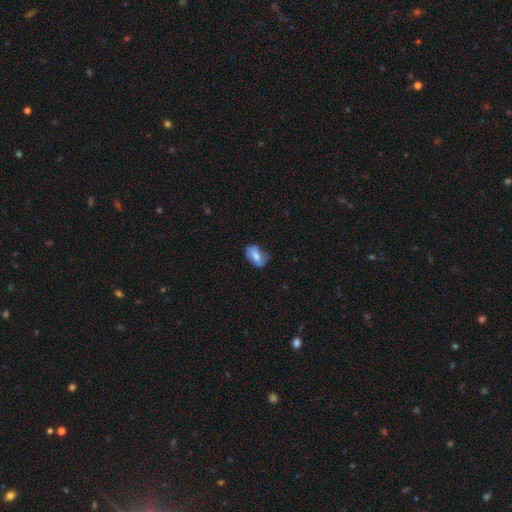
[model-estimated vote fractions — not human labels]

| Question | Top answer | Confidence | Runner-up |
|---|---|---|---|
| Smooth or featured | smooth | 63% | featured or disk (29%) |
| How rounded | in between | 88% | round (9%) |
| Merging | none | 58% | minor disturbance (30%) |